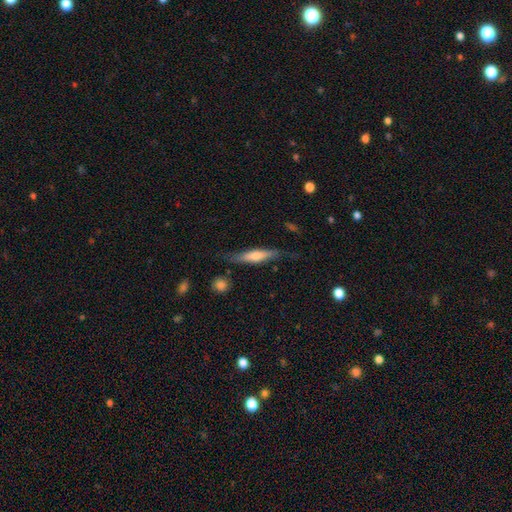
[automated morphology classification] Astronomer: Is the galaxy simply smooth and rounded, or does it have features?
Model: featured or disk — 51% (runner-up: smooth, 43%).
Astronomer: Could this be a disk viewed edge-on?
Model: yes — 92%.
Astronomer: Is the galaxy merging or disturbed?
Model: none — 77%.